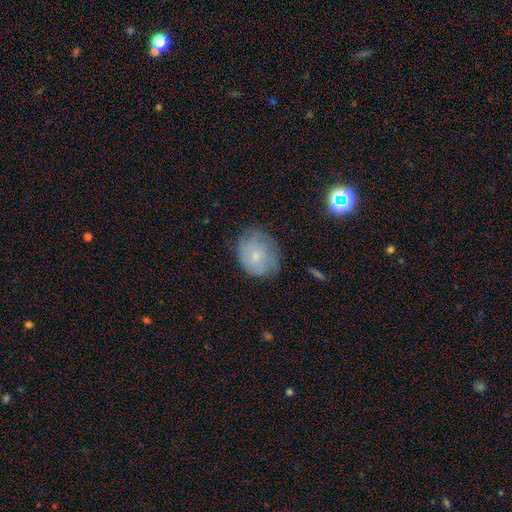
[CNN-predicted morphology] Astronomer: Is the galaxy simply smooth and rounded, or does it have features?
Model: smooth — 63%.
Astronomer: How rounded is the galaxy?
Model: round — 52% (runner-up: in between, 47%).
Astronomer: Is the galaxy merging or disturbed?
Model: none — 68%.